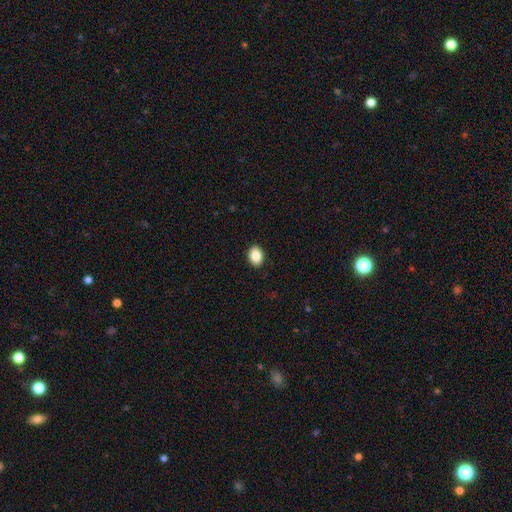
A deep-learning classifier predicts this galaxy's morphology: smooth 87%, star or artifact 8%, featured or disk 5%. Down the decision tree: how rounded — in between (75%); merging — none (91%).